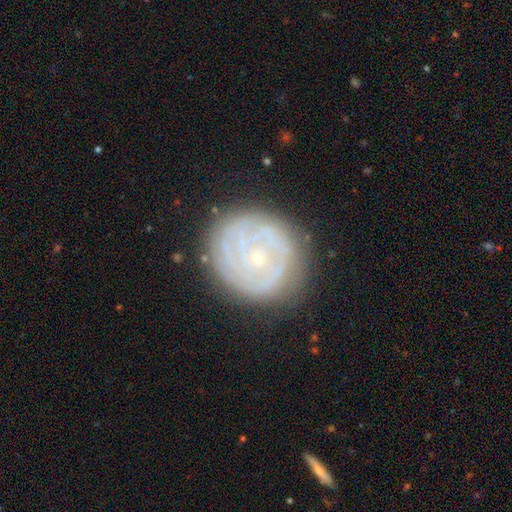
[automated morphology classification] This is likely a featured or disk galaxy (74%). It is clearly not viewed edge-on (97%). Bar: likely no (79%). Spiral arm pattern: clearly yes (84%). Spiral arm count: marginally can't tell (44%). Spiral winding: likely tight (79%). Central bulge: likely small (78%). Merging: clearly none (80%).